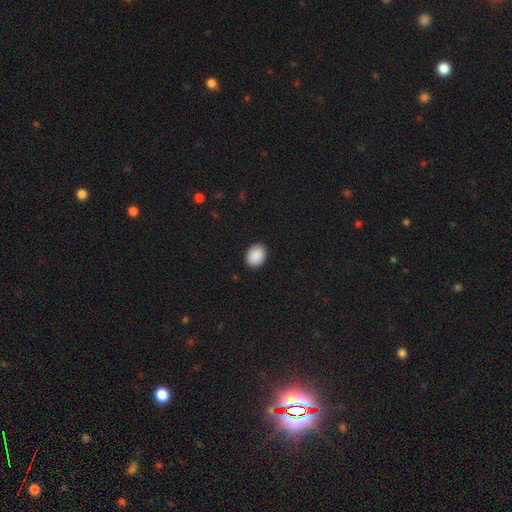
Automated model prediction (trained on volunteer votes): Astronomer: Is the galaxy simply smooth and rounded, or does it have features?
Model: smooth — 90%.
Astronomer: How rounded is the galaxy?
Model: in between — 59% (runner-up: round, 40%).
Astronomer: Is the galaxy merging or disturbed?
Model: none — 90%.